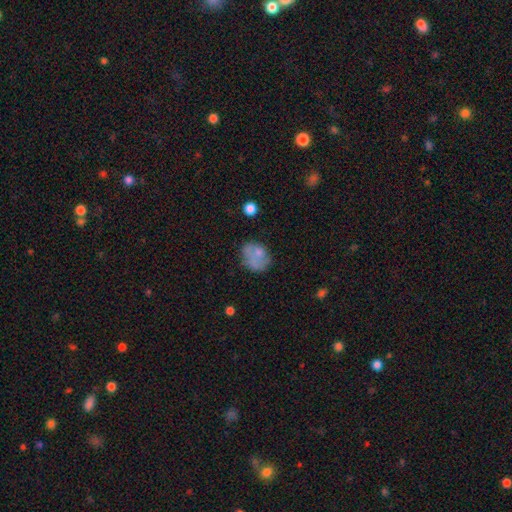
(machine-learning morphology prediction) smooth 66%, featured or disk 23%, star or artifact 10%. Down the decision tree: how rounded — in between (50%); merging — none (47%).